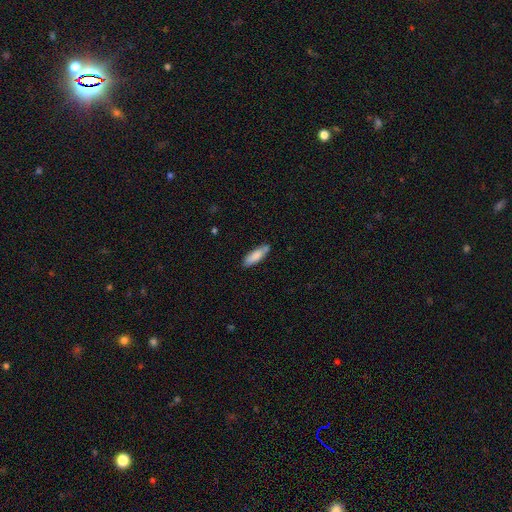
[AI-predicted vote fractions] This is clearly a smooth galaxy (82%). How rounded: possibly in between (50%). Merging: likely none (74%).